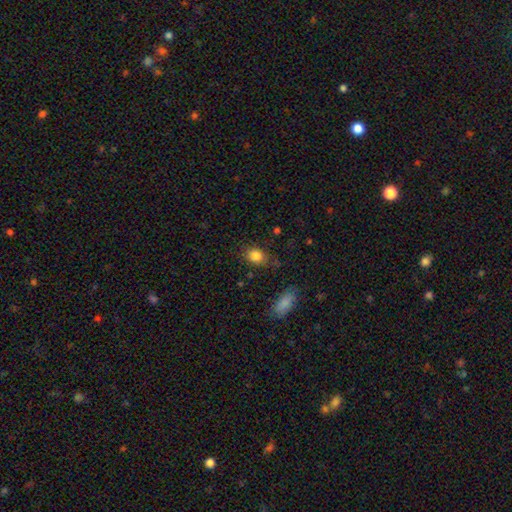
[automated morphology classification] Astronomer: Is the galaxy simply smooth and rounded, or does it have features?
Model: smooth — 84%.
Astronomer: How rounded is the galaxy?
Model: in between — 58% (runner-up: round, 40%).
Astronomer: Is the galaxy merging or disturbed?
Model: none — 75%.